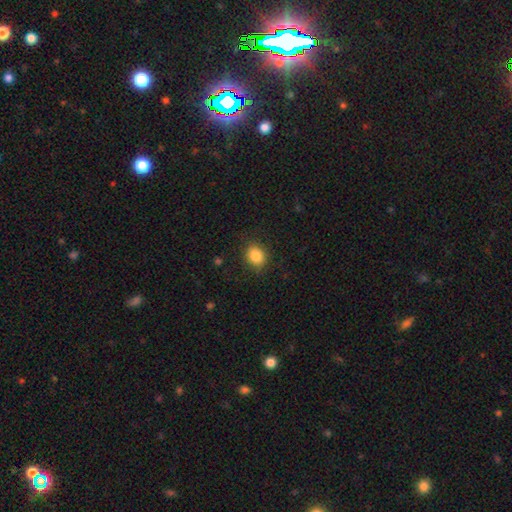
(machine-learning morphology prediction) Smooth or featured: smooth — 85% (star or artifact — 10%)
How rounded: round — 58% (in between — 41%)
Merging: none — 86% (minor disturbance — 10%)